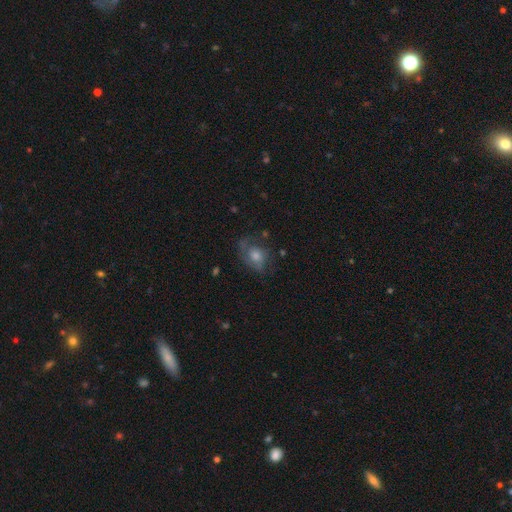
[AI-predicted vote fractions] This appears to be a featured or disk galaxy (50%). Merging: none (60%).